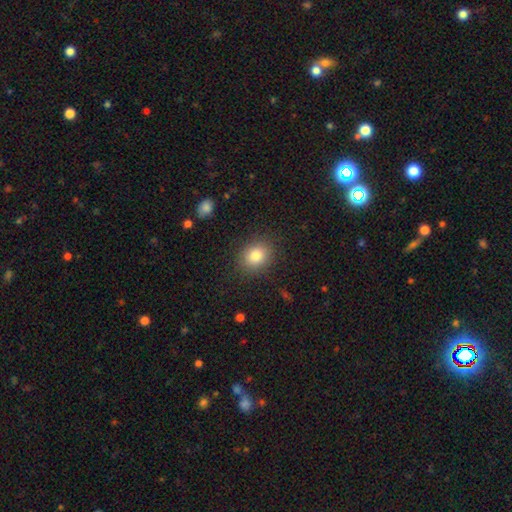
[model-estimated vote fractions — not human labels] Smooth or featured?
  - smooth: 83% *
  - star or artifact: 10%
  - featured or disk: 7%
How rounded?
  - round: 62% *
  - in between: 37%
  - cigar-shaped: 1%
Merging?
  - none: 87% *
  - minor disturbance: 9%
  - major disturbance: 3%
  - merger: 1%